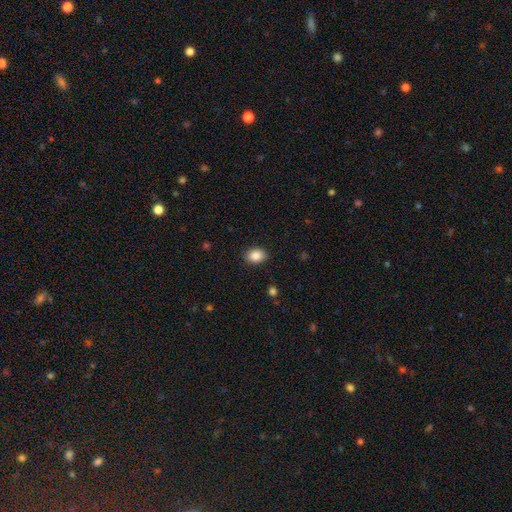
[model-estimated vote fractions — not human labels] smooth-or-featured: smooth: 88% | star or artifact: 8% | featured or disk: 4%
  how-rounded: in between: 65% | round: 34% | cigar-shaped: 1%
  merging: none: 89% | minor disturbance: 8% | major disturbance: 2% | merger: 1%